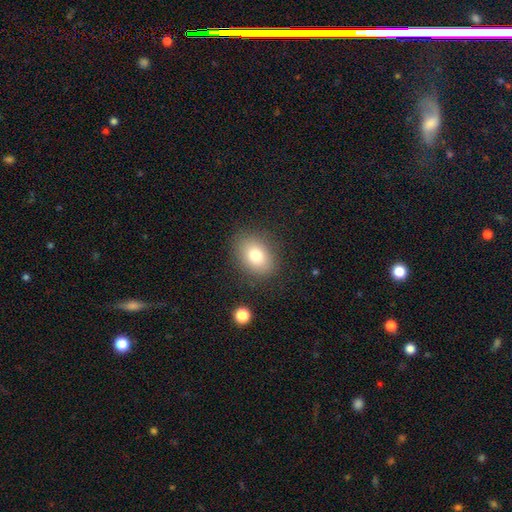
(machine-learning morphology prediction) A smooth galaxy with no disk features (78%) that is in between round and cigar-shaped (71%).

Vote fractions:
- Smooth or featured? smooth: 78% / featured or disk: 12% / star or artifact: 10%
- How rounded? in between: 71% / round: 28% / cigar-shaped: 1%
- Merging? none: 84% / minor disturbance: 11% / major disturbance: 4% / merger: 2%